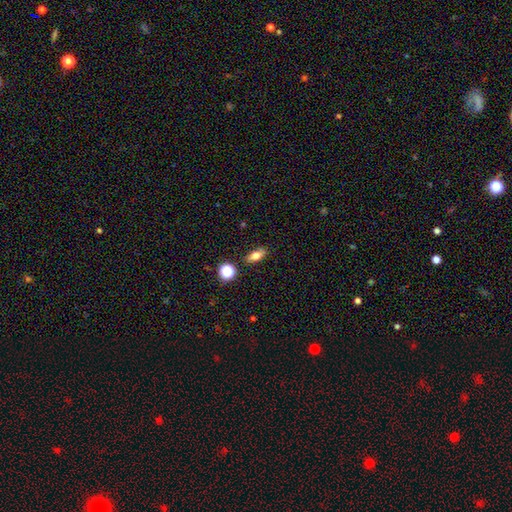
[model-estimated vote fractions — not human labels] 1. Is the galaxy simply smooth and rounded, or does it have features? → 72% smooth, 17% featured or disk, 11% star or artifact.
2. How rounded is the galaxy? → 75% in between, 14% cigar-shaped, 11% round.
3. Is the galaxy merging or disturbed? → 84% none, 11% minor disturbance, 3% merger, 2% major disturbance.